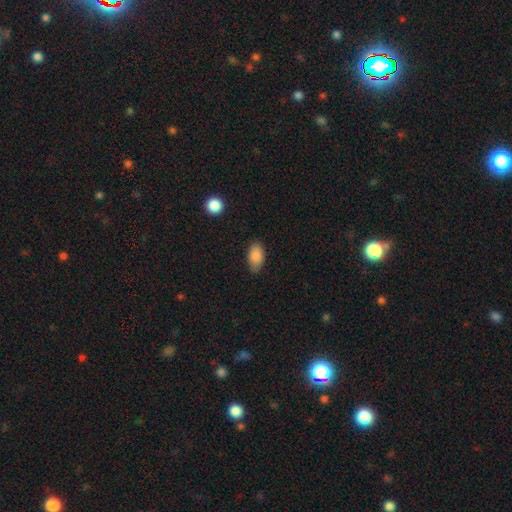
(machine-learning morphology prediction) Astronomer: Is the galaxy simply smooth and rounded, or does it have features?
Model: smooth — 87%.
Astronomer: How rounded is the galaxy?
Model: in between — 92%.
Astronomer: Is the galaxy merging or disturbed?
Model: none — 80%.